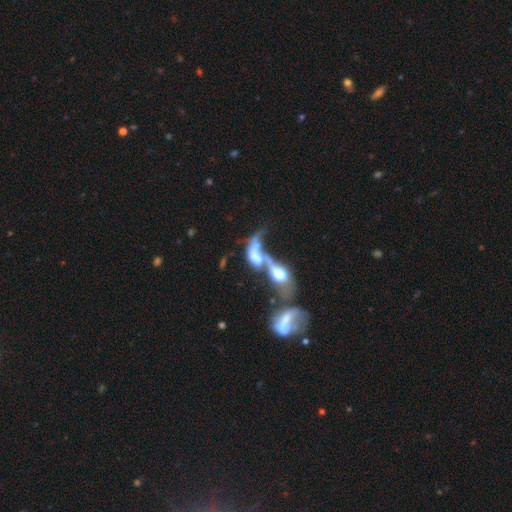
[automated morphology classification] featured or disk 54%, smooth 33%, star or artifact 13%. Down the decision tree: edge-on disk — no (90%); merging — merger (75%).